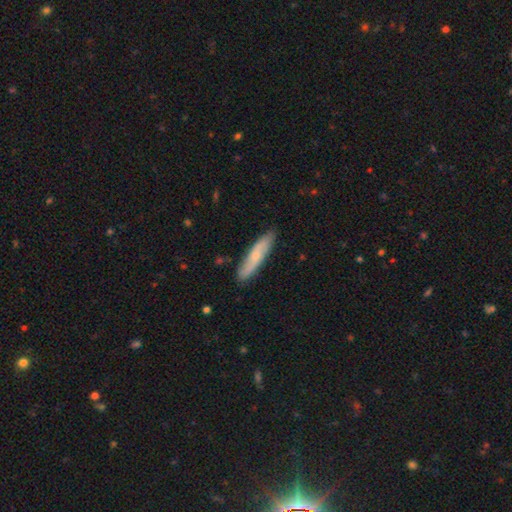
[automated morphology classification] A smooth galaxy with no disk features (55%) that is cigar-shaped (82%). Merging: none (85%).